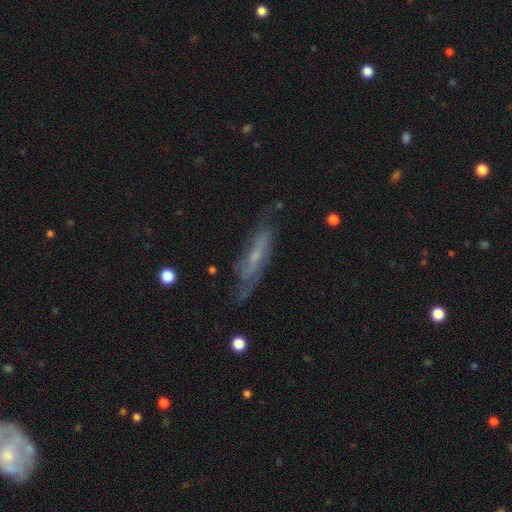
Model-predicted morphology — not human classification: type=featured or disk (68%); edge-on=no (58%); merging=none (68%).